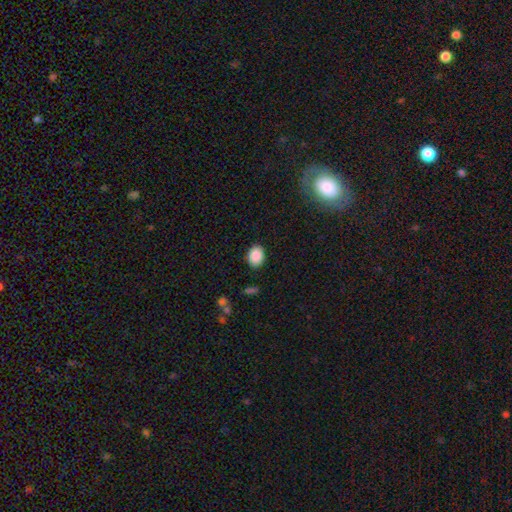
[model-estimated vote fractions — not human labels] Morphology: type=smooth (89%); roundness=in between (63%); merging=none (87%).